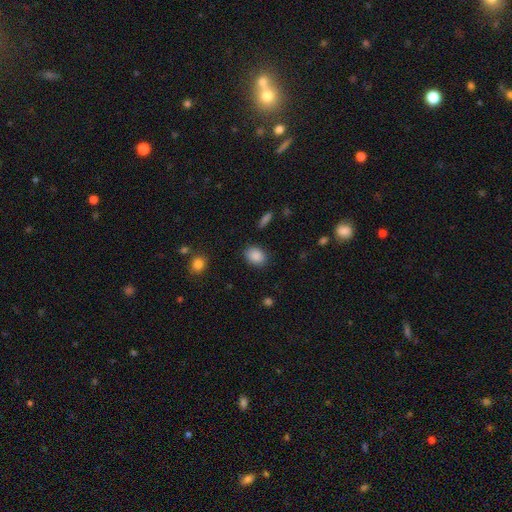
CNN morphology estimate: Smooth or featured?
  - smooth: 88% *
  - star or artifact: 8%
  - featured or disk: 4%
How rounded?
  - in between: 68% *
  - round: 31%
  - cigar-shaped: 1%
Merging?
  - none: 86% *
  - minor disturbance: 10%
  - major disturbance: 3%
  - merger: 2%